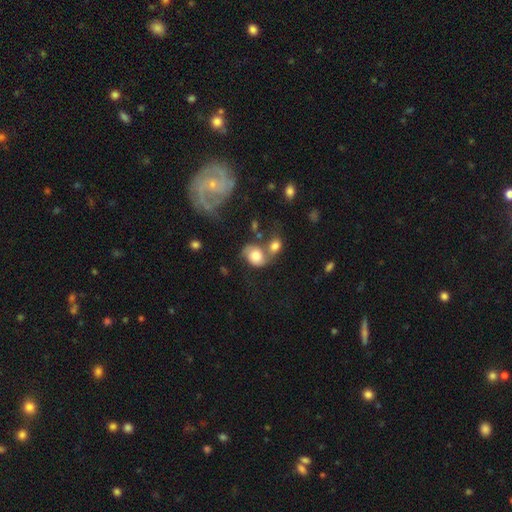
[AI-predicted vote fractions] Smooth or featured: smooth — 55% (featured or disk — 36%)
How rounded: in between — 54% (round — 44%)
Merging: merger — 44% (none — 29%)